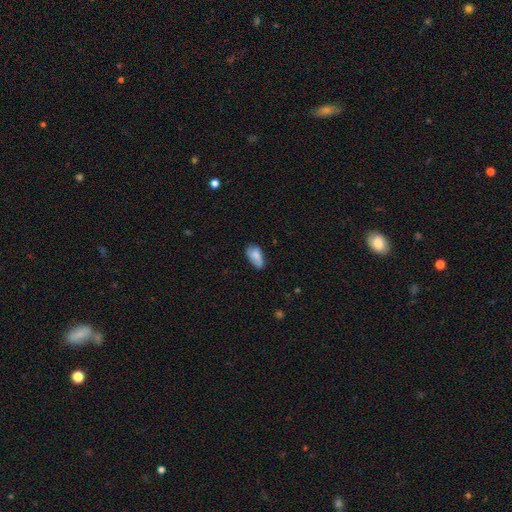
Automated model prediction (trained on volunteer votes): This is likely a smooth galaxy (77%). How rounded: clearly in between (91%). Merging: possibly none (55%).